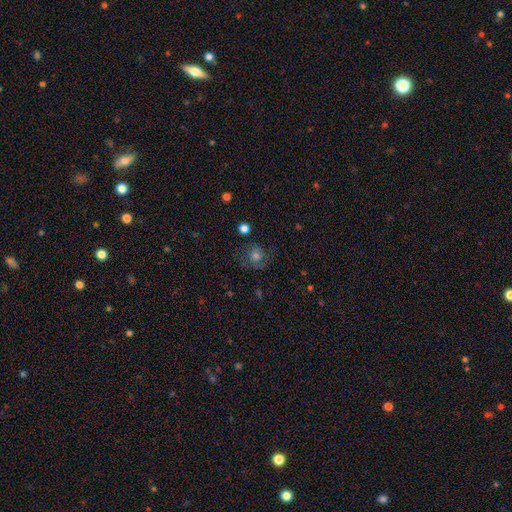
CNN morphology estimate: type=smooth (52%); roundness=round (78%); merging=none (64%).